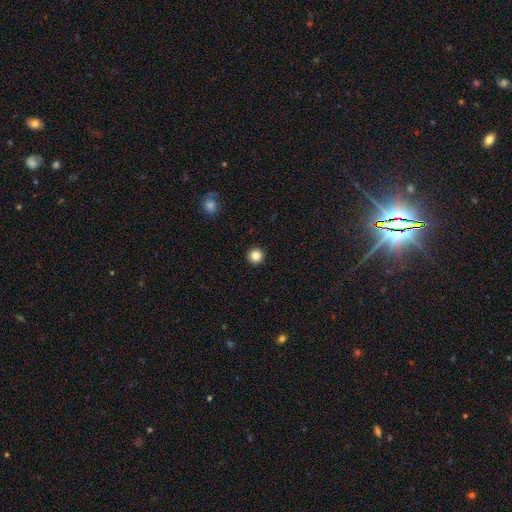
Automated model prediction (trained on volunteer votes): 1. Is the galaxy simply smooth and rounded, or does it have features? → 85% smooth, 11% star or artifact, 5% featured or disk.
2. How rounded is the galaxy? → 96% round, 3% in between, 1% cigar-shaped.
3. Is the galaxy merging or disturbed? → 94% none, 4% minor disturbance, 1% major disturbance, 1% merger.